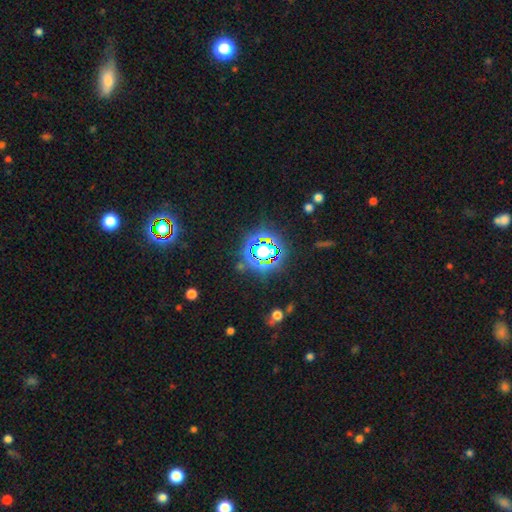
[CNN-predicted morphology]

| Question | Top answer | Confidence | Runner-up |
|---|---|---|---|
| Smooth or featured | star or artifact | 81% | smooth (12%) |